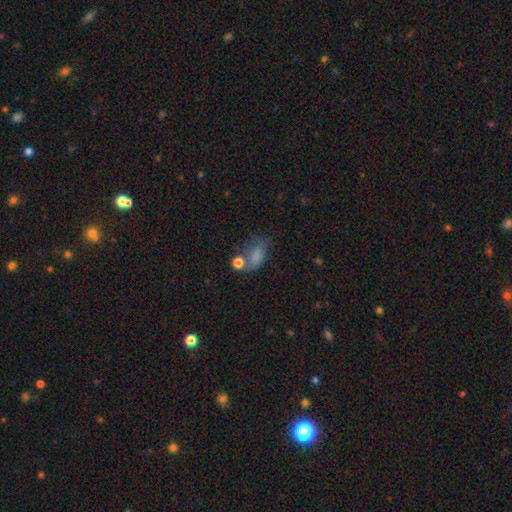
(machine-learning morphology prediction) This appears to be a smooth galaxy with no disk features (73%) that is in between round and cigar-shaped (82%). Merging: none (38%).